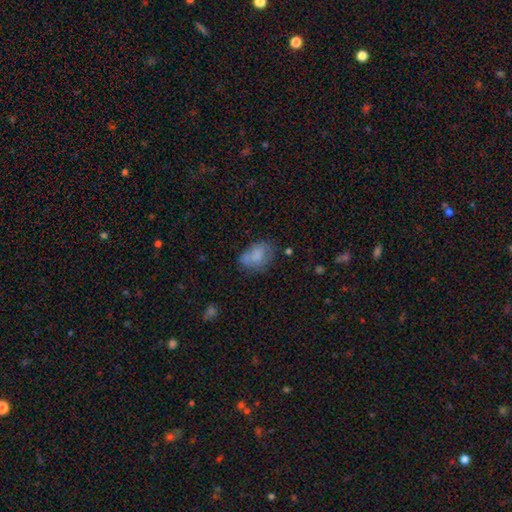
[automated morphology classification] A smooth galaxy with no disk features (71%) that is in between round and cigar-shaped (79%).

Vote fractions:
- Smooth or featured? smooth: 71% / featured or disk: 19% / star or artifact: 10%
- How rounded? in between: 79% / round: 20% / cigar-shaped: 1%
- Merging? none: 44% / minor disturbance: 27% / merger: 16% / major disturbance: 13%